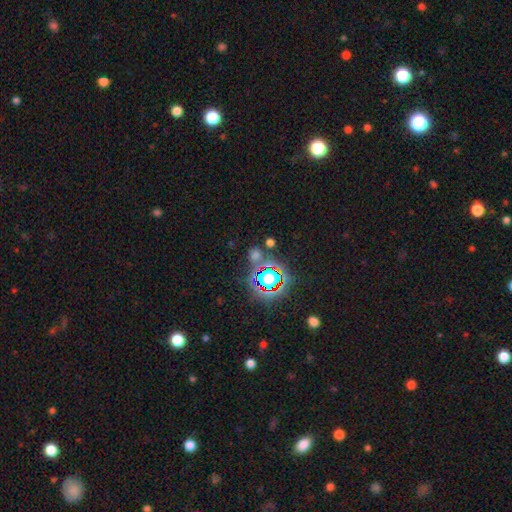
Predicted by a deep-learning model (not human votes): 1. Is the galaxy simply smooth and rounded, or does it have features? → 46% smooth, 45% star or artifact, 8% featured or disk.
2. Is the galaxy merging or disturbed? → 71% none, 15% merger, 10% minor disturbance, 5% major disturbance.